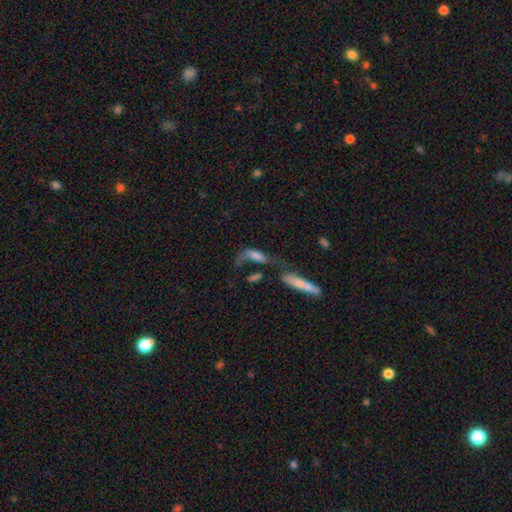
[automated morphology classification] Smooth or featured? Predicted: smooth (p=0.58). How rounded? Predicted: in between (p=0.56). Merging? Predicted: merger (p=0.44).